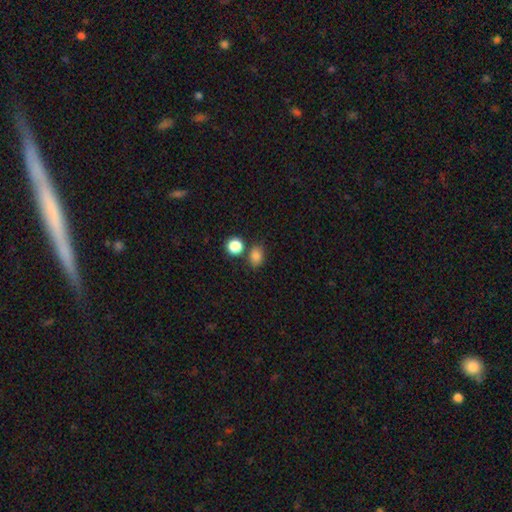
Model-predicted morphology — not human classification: This appears to be a smooth galaxy with no disk features (83%) that is in between round and cigar-shaped (54%). Merging: none (67%).